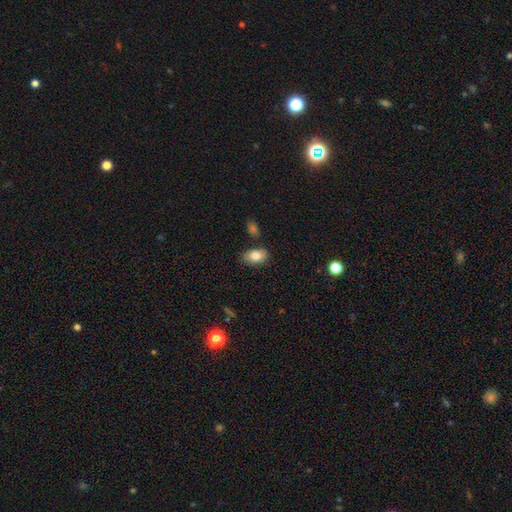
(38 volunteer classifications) smooth-or-featured: smooth: 79% | featured or disk: 16% | star or artifact: 5%
  how-rounded: in between: 90% | round: 7% | cigar-shaped: 3%
  merging: none: 75% | minor disturbance: 11% | merger: 8% | major disturbance: 6%